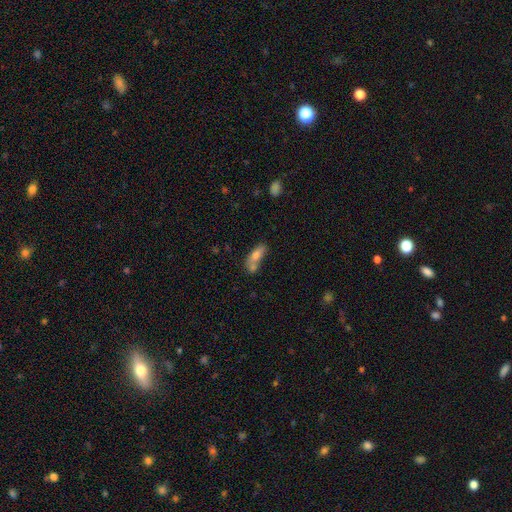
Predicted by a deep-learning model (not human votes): Smooth or featured? smooth (69%)
How rounded? in between (68%)
Merging? merger (43%)